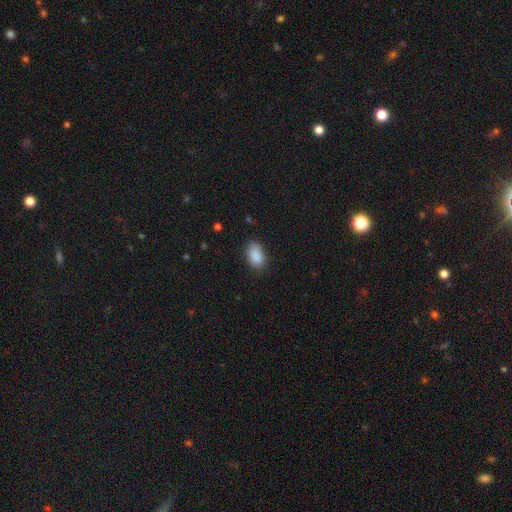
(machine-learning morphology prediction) Smooth or featured: smooth — 89% (star or artifact — 8%)
How rounded: in between — 92% (round — 6%)
Merging: none — 80% (minor disturbance — 15%)